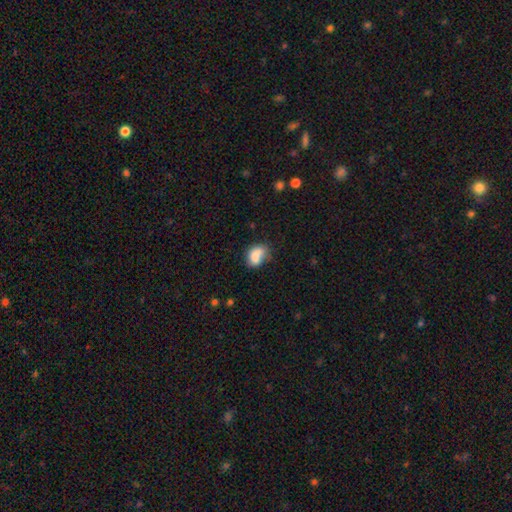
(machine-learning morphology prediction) smooth-or-featured: smooth: 76% | featured or disk: 15% | star or artifact: 9%
  how-rounded: in between: 70% | round: 29% | cigar-shaped: 1%
  merging: none: 42% | minor disturbance: 28% | merger: 16% | major disturbance: 14%